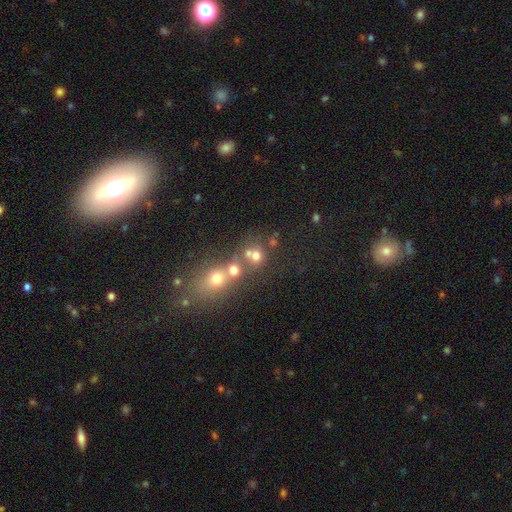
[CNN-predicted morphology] Smooth or featured? Predicted: smooth (p=0.62). How rounded? Predicted: round (p=0.80). Merging? Predicted: none (p=0.46).